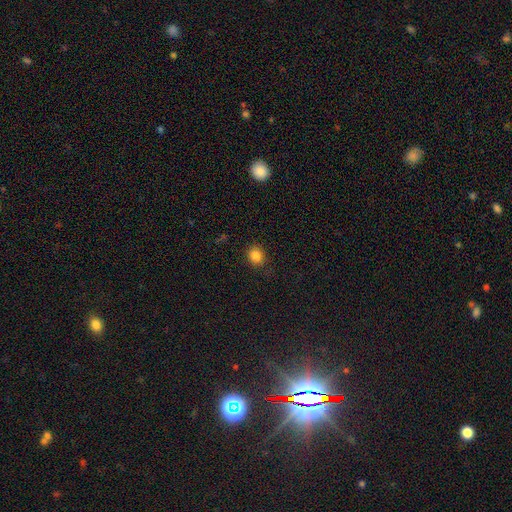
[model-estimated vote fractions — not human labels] This is clearly a smooth galaxy (84%). How rounded: likely round (75%). Merging: clearly none (87%).